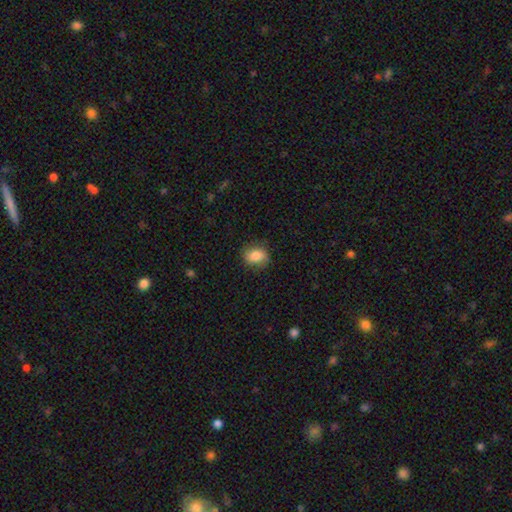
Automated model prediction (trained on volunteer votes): A smooth galaxy with no disk features (82%) that is in between round and cigar-shaped (60%).

Vote fractions:
- Smooth or featured? smooth: 82% / featured or disk: 10% / star or artifact: 8%
- How rounded? in between: 60% / round: 38% / cigar-shaped: 1%
- Merging? none: 82% / minor disturbance: 14% / major disturbance: 4% / merger: 1%